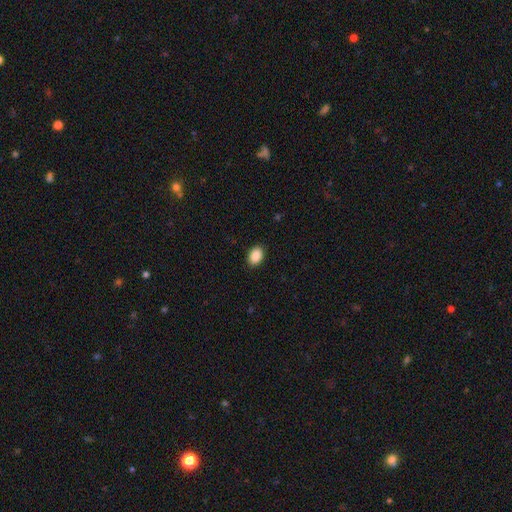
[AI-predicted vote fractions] smooth-or-featured: smooth: 88% | star or artifact: 8% | featured or disk: 4%
  how-rounded: in between: 83% | round: 16% | cigar-shaped: 1%
  merging: none: 90% | minor disturbance: 7% | major disturbance: 2% | merger: 1%